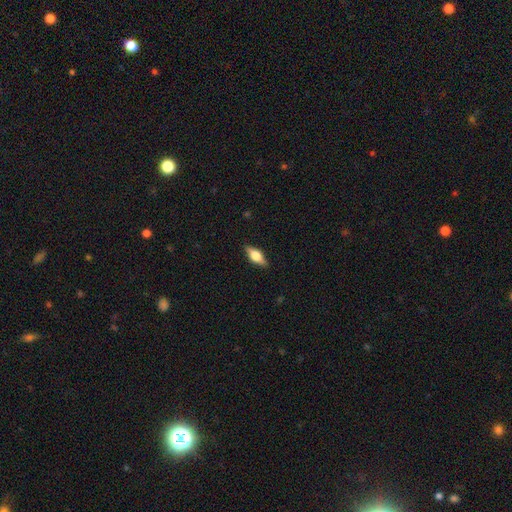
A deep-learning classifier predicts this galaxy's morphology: type=featured or disk (49%); merging=none (87%).